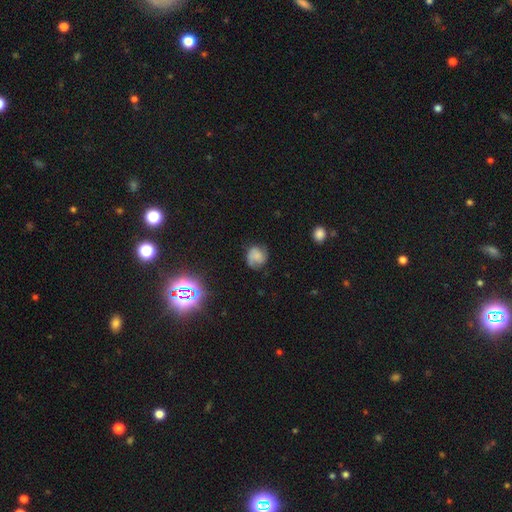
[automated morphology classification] This is possibly a smooth galaxy (48%). Merging: likely none (66%).